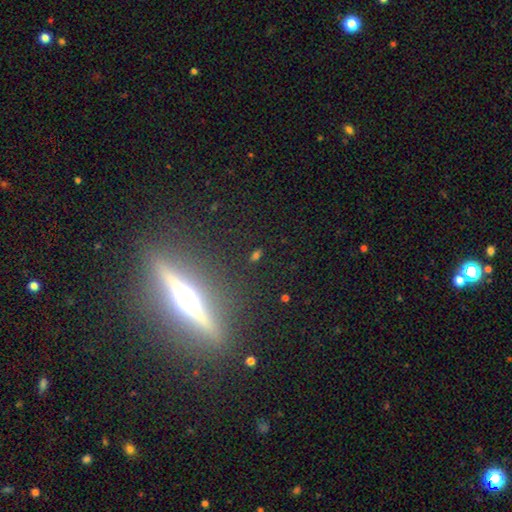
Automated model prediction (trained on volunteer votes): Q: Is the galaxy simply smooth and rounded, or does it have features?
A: smooth — 40%.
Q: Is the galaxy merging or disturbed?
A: none — 84%.